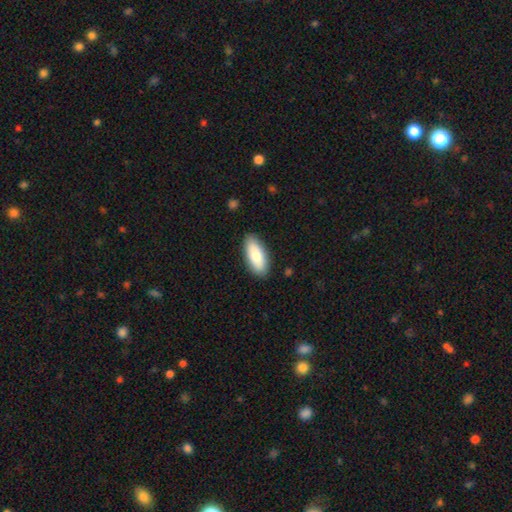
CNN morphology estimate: Smooth or featured?
  - smooth: 81% *
  - featured or disk: 13%
  - star or artifact: 6%
How rounded?
  - in between: 84% *
  - cigar-shaped: 14%
  - round: 2%
Merging?
  - none: 87% *
  - minor disturbance: 10%
  - major disturbance: 2%
  - merger: 1%